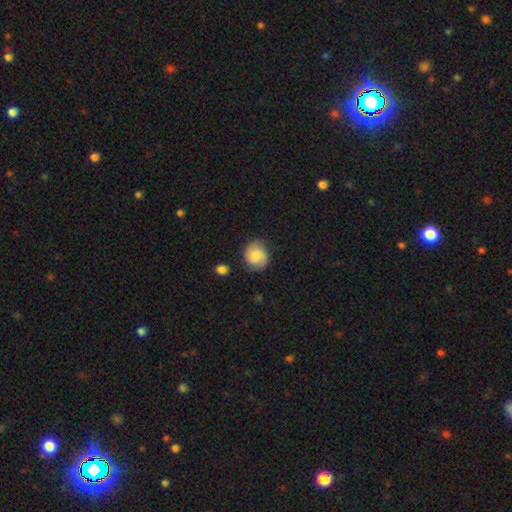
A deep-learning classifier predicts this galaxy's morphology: smooth-or-featured: smooth: 59% | featured or disk: 33% | star or artifact: 8%
  how-rounded: round: 79% | in between: 20% | cigar-shaped: 1%
  merging: none: 74% | minor disturbance: 19% | major disturbance: 5% | merger: 3%